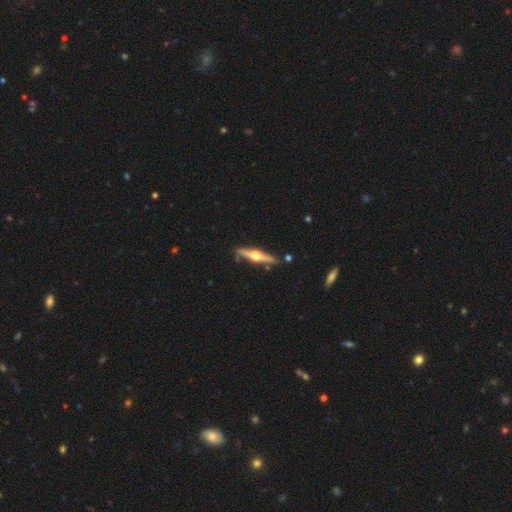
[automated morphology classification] Q: Smooth or featured?
A: featured or disk (76%); runner-up: smooth (20%)
Q: Edge-on disk?
A: yes (97%); runner-up: no (3%)
Q: Edge-on bulge?
A: rounded (95%); runner-up: boxy (3%)
Q: Merging?
A: none (86%); runner-up: minor disturbance (9%)